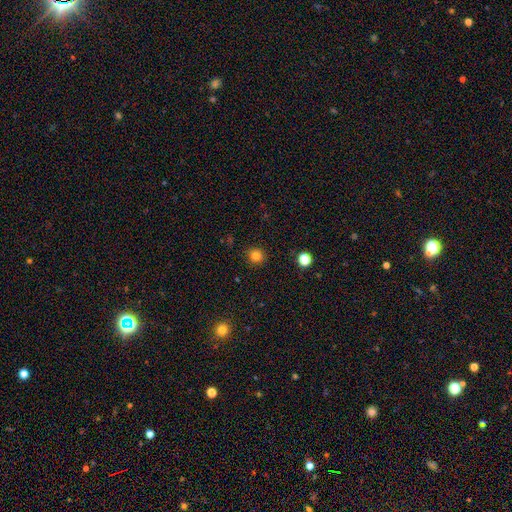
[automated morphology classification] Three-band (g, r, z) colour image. It shows a smooth galaxy with no disk features (82%) that is round (91%). Merging: none (90%).